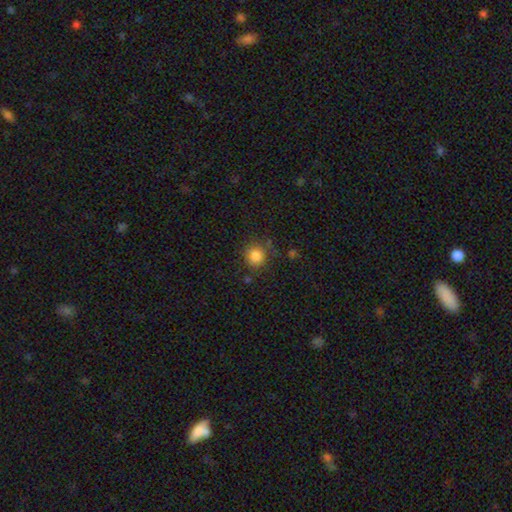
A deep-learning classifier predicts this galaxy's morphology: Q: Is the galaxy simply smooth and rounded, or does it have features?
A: smooth — 84%.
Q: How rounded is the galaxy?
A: round — 88%.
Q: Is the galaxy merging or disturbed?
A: none — 79%.